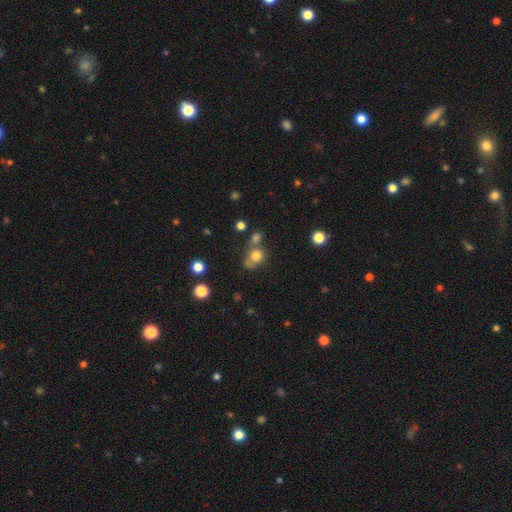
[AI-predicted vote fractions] smooth_or_featured: smooth (p=0.75) [alt: star or artifact p=0.14]
how_rounded: round (p=0.70) [alt: in between p=0.29]
merging: none (p=0.46) [alt: merger p=0.30]